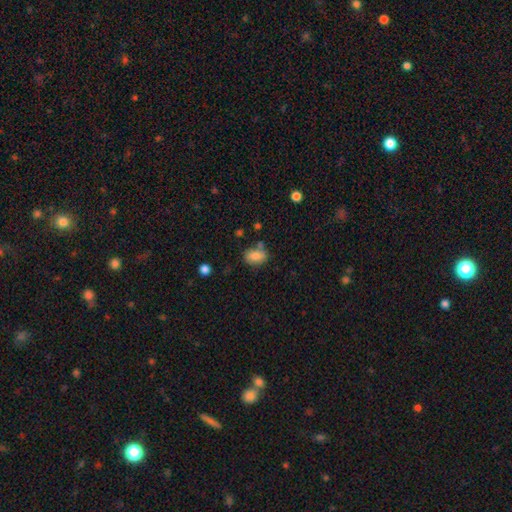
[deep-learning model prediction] Overall: smooth (83%). How rounded: in between (80%). Merging: none (68%).